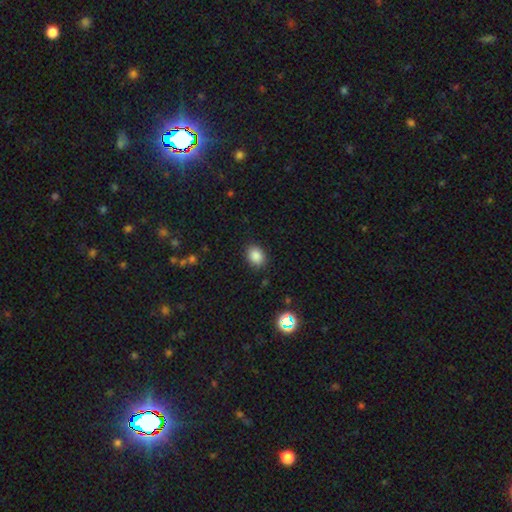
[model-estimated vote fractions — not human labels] Smooth or featured? smooth (86%)
How rounded? in between (54%)
Merging? none (87%)